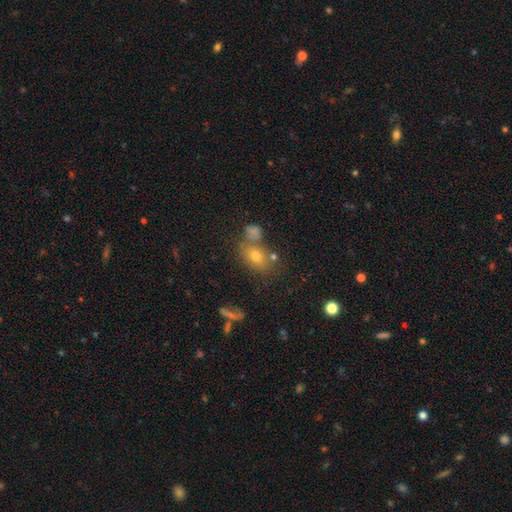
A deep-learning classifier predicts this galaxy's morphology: Smooth or featured? smooth (56%)
How rounded? round (54%)
Merging? none (49%)